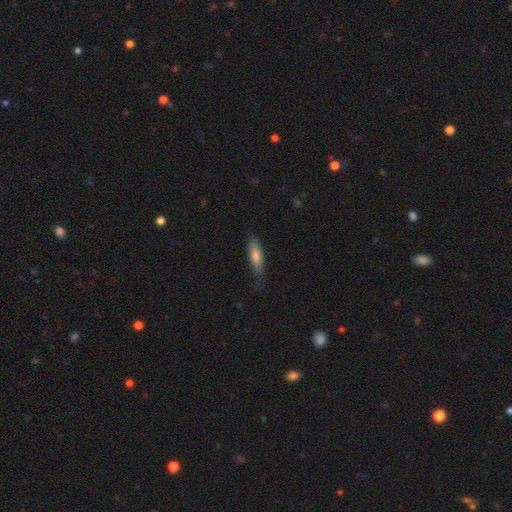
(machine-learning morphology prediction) A smooth galaxy with no disk features (63%) that is cigar-shaped (72%).

Vote fractions:
- Smooth or featured? smooth: 63% / featured or disk: 28% / star or artifact: 9%
- How rounded? cigar-shaped: 72% / in between: 26% / round: 2%
- Merging? none: 71% / minor disturbance: 22% / major disturbance: 5% / merger: 1%